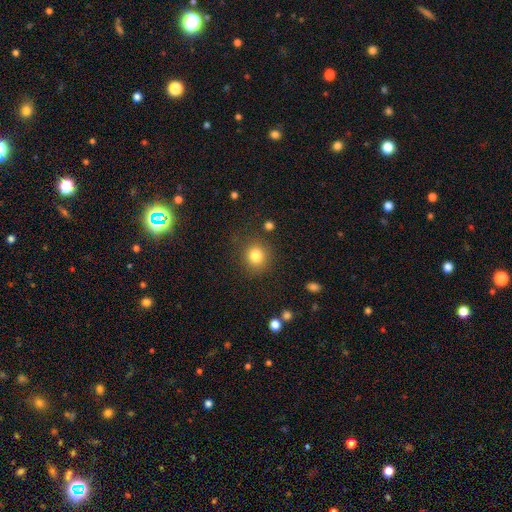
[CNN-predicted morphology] This is clearly a smooth galaxy (82%). How rounded: clearly round (88%). Merging: clearly none (85%).